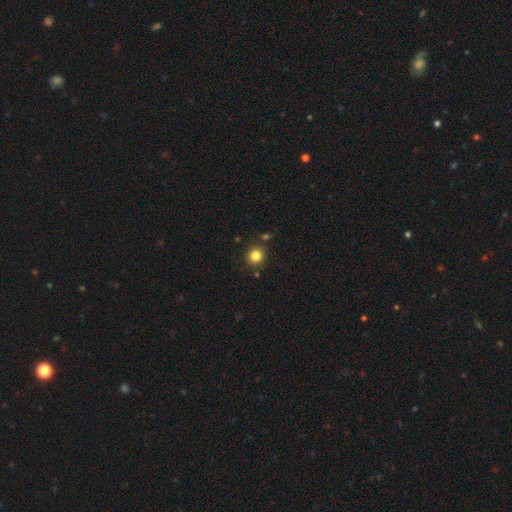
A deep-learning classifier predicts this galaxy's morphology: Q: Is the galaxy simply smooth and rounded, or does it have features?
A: smooth — 82%.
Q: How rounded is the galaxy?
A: round — 91%.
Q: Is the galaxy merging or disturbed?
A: none — 86%.